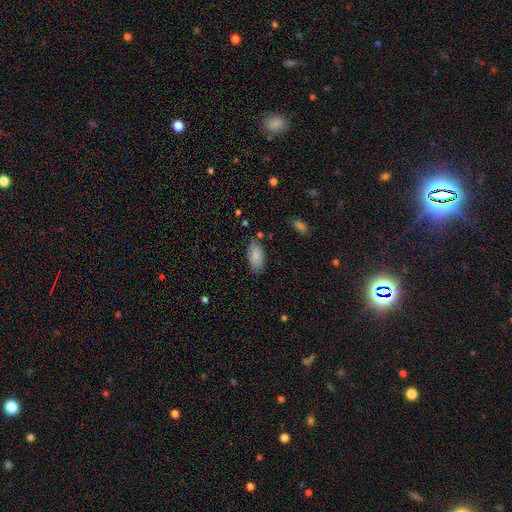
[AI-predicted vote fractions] This appears to be a smooth galaxy with no disk features (87%) that is in between round and cigar-shaped (93%). Merging: none (79%).